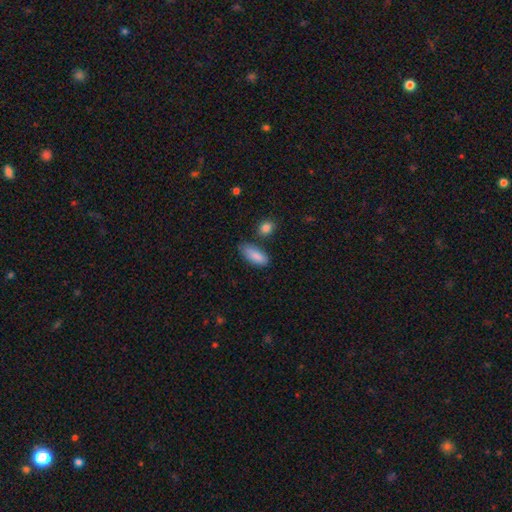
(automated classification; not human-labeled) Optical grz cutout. It shows a smooth galaxy with no disk features (87%) that is in between round and cigar-shaped (81%). Merging: none (66%).